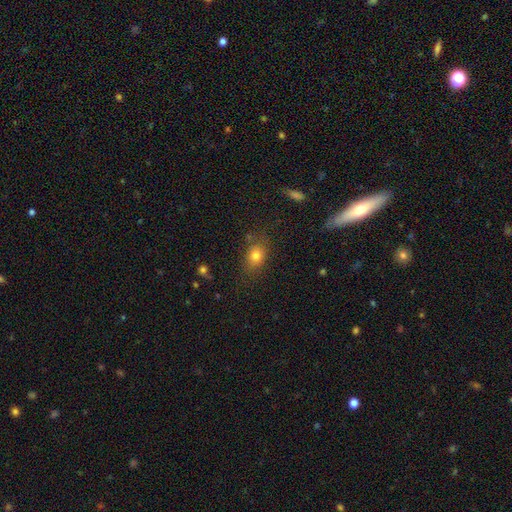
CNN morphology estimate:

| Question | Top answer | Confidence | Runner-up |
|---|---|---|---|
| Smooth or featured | smooth | 78% | star or artifact (13%) |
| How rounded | in between | 55% | round (43%) |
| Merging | none | 76% | minor disturbance (16%) |